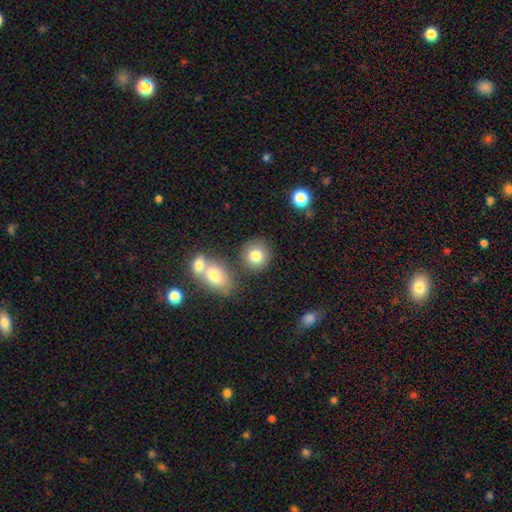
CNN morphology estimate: smooth 81%, star or artifact 10%, featured or disk 10%. Down the decision tree: how rounded — round (83%); merging — none (72%).